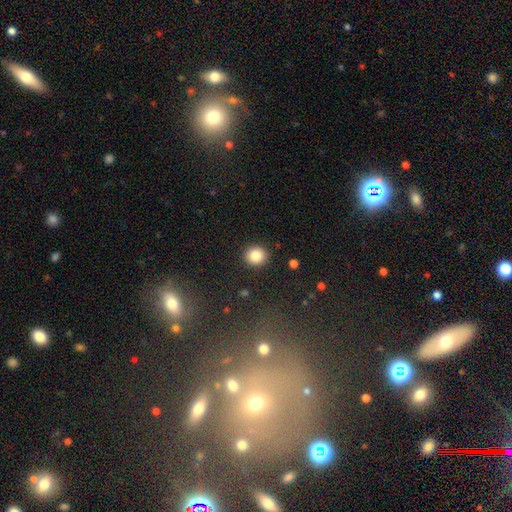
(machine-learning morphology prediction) Overall: smooth (85%). How rounded: round (86%). Merging: none (91%).